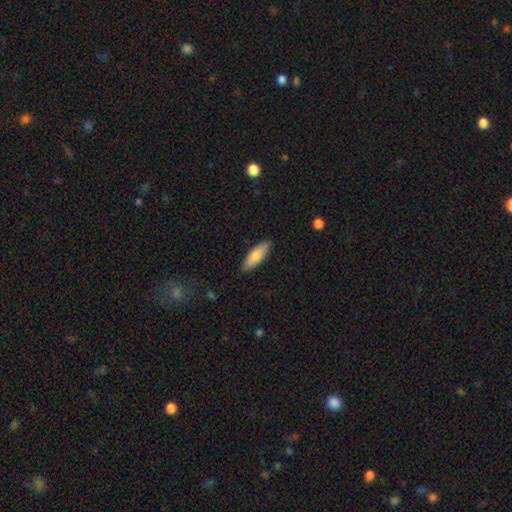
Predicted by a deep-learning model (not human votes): A smooth galaxy with no disk features (82%) that is in between round and cigar-shaped (58%). Merging: none (89%).